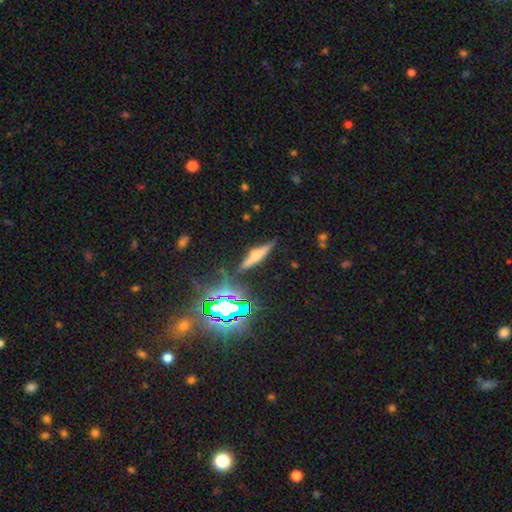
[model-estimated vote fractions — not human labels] This appears to be a featured or disk galaxy (44%). Merging: none (77%).